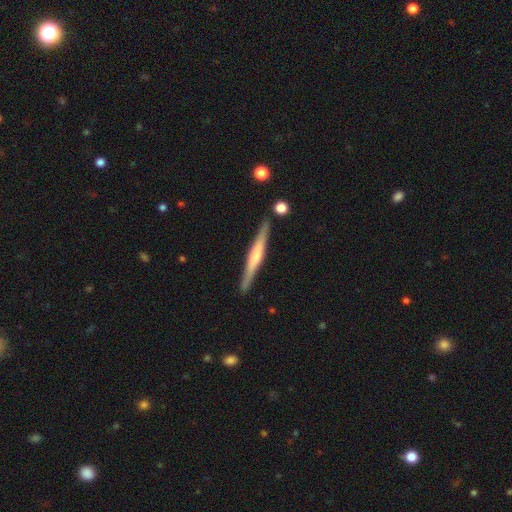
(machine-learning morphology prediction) Q: Smooth or featured?
A: featured or disk (58%); runner-up: smooth (37%)
Q: Edge-on disk?
A: yes (97%); runner-up: no (3%)
Q: Edge-on bulge?
A: rounded (47%); runner-up: none (32%)
Q: Merging?
A: none (88%); runner-up: minor disturbance (8%)